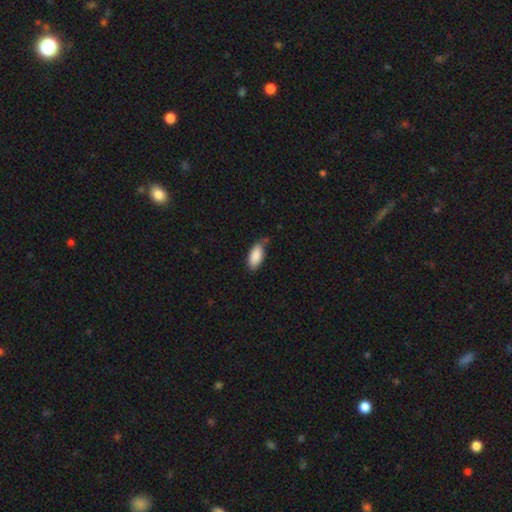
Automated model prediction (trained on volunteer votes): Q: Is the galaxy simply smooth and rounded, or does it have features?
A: smooth — 89%.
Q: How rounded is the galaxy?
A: in between — 91%.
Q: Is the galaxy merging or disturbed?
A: none — 69%.